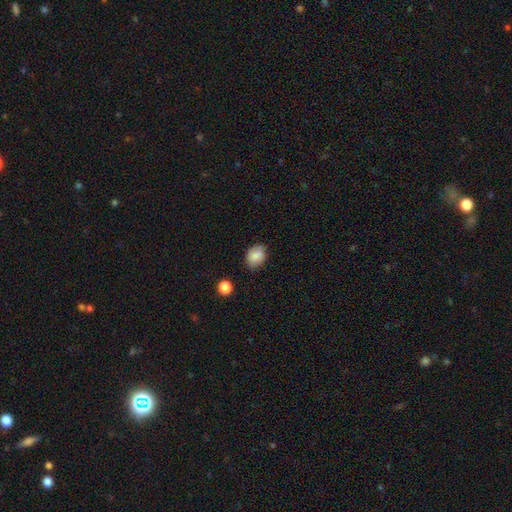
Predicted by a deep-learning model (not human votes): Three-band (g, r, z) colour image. It shows a smooth galaxy with no disk features (82%) that is in between round and cigar-shaped (64%). Merging: none (78%).